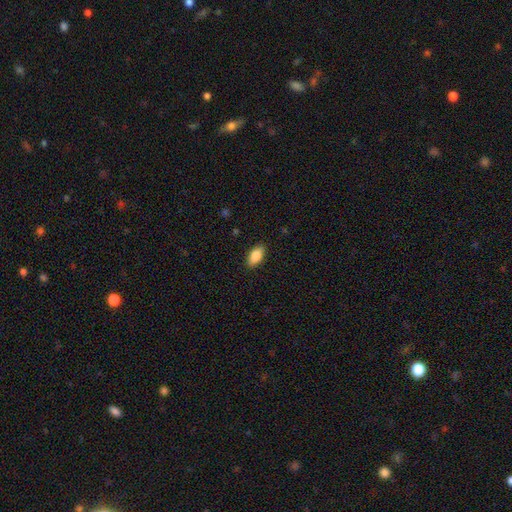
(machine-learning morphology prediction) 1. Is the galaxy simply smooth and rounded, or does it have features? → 86% smooth, 7% featured or disk, 7% star or artifact.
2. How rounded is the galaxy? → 90% in between, 6% cigar-shaped, 3% round.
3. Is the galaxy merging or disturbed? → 88% none, 9% minor disturbance, 2% major disturbance, 1% merger.